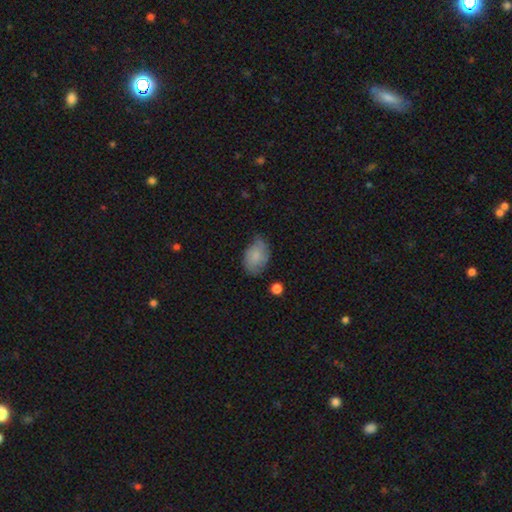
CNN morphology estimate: smooth-or-featured: smooth: 73% | featured or disk: 20% | star or artifact: 8%
  how-rounded: in between: 85% | round: 14% | cigar-shaped: 1%
  merging: none: 54% | minor disturbance: 34% | major disturbance: 9% | merger: 2%